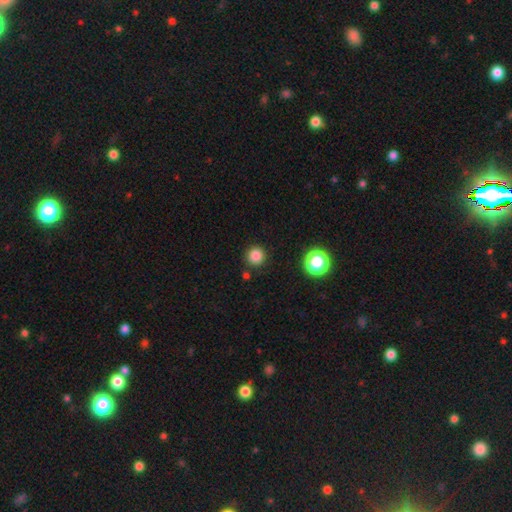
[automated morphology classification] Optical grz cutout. It shows a smooth galaxy with no disk features (84%) that is round (95%). Merging: none (89%).